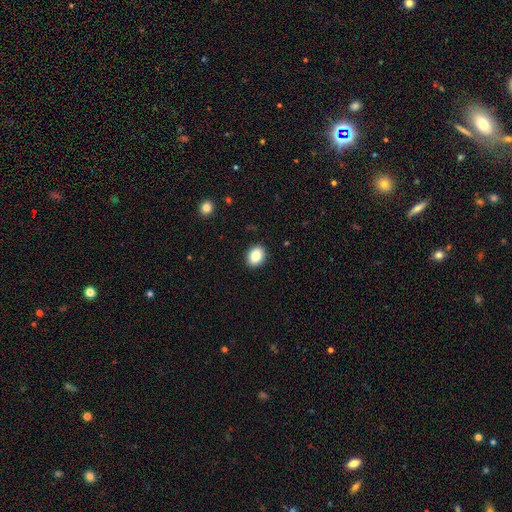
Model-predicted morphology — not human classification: smooth-or-featured: smooth: 85% | star or artifact: 9% | featured or disk: 6%
  how-rounded: in between: 53% | round: 46% | cigar-shaped: 1%
  merging: none: 90% | minor disturbance: 7% | major disturbance: 2% | merger: 1%